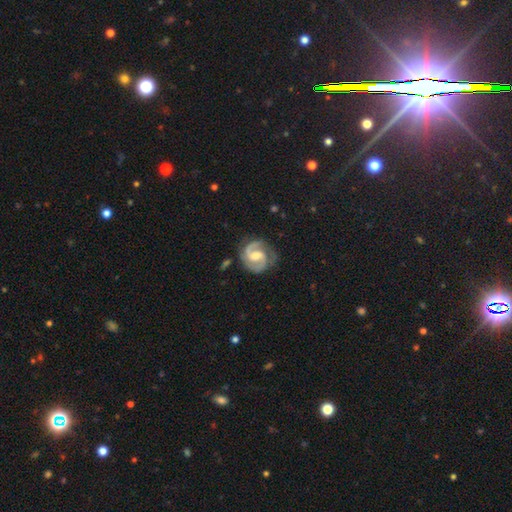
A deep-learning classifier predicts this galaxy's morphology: Smooth or featured? featured or disk (90%)
Edge-on disk? no (98%)
Bar? weak (52%)
Spiral arms? yes (98%)
Spiral winding? medium (55%)
Spiral arm count? 2 (91%)
Bulge size? moderate (59%)
Merging? none (78%)